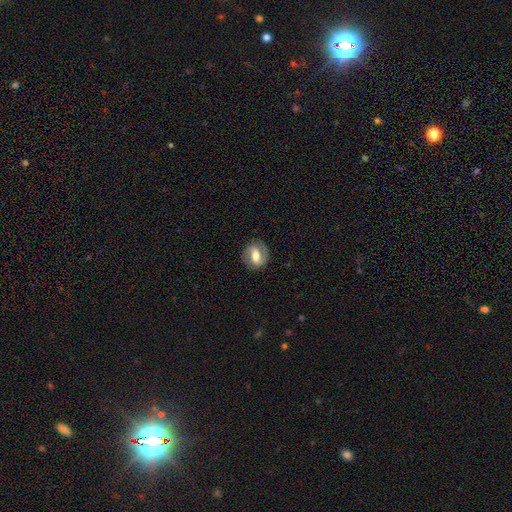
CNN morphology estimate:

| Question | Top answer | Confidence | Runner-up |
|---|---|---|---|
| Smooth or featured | featured or disk | 62% | smooth (31%) |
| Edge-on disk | no | 95% | yes (5%) |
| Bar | weak | 41% | strong (40%) |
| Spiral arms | yes | 75% | no (25%) |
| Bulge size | moderate | 60% | large (25%) |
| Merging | none | 82% | minor disturbance (12%) |